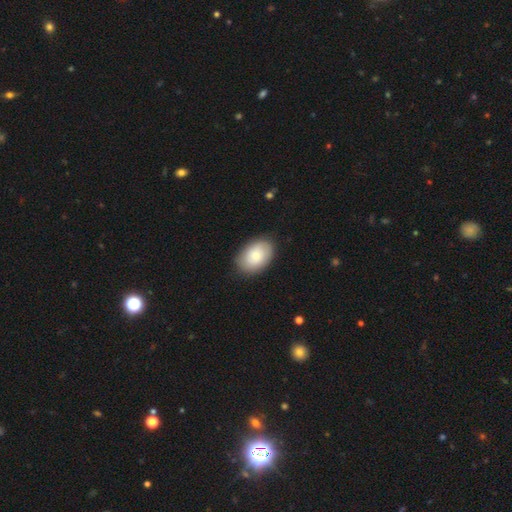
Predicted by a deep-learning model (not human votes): This appears to be a smooth galaxy with no disk features (78%) that is in between round and cigar-shaped (87%). Merging: none (85%).